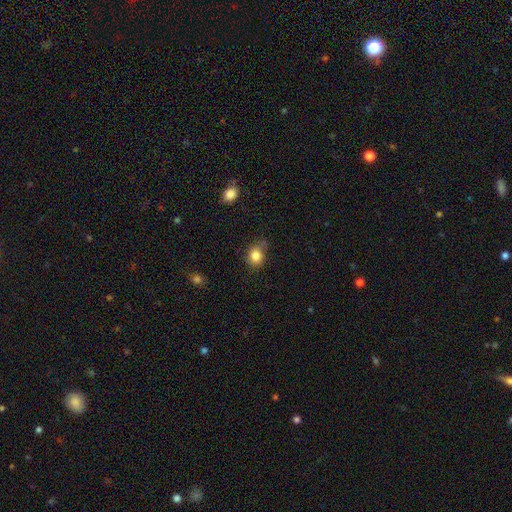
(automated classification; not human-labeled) Smooth or featured?
  - smooth: 83% *
  - star or artifact: 10%
  - featured or disk: 6%
How rounded?
  - round: 65% *
  - in between: 34%
  - cigar-shaped: 1%
Merging?
  - none: 63% *
  - minor disturbance: 27%
  - major disturbance: 6%
  - merger: 4%